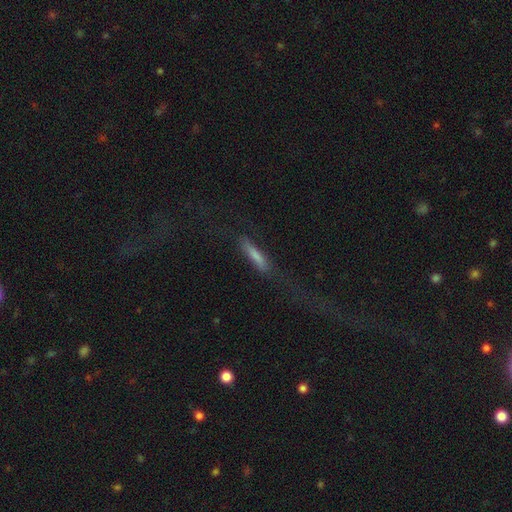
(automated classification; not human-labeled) smooth-or-featured: smooth: 62% | featured or disk: 28% | star or artifact: 10%
  how-rounded: cigar-shaped: 89% | in between: 9% | round: 2%
  merging: none: 54% | major disturbance: 22% | minor disturbance: 19% | merger: 4%